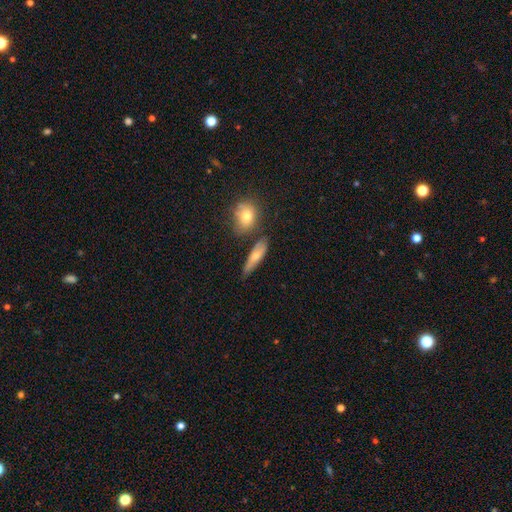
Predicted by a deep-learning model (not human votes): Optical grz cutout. It shows a smooth galaxy with no disk features (64%) that is cigar-shaped (48%). Merging: none (60%).